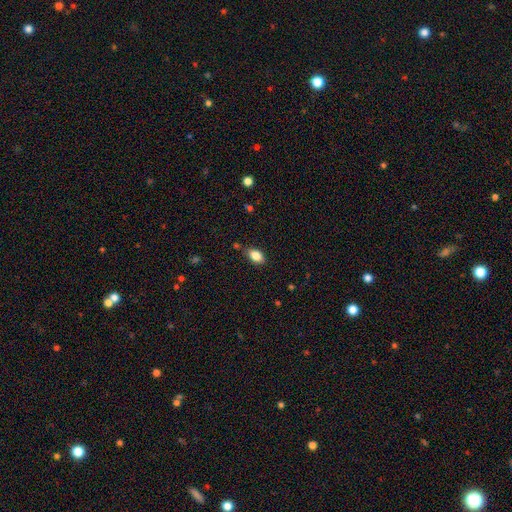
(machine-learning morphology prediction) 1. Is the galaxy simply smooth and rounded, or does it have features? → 84% smooth, 9% star or artifact, 7% featured or disk.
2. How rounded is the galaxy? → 88% in between, 9% round, 2% cigar-shaped.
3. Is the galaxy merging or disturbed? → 80% none, 15% minor disturbance, 3% merger, 3% major disturbance.